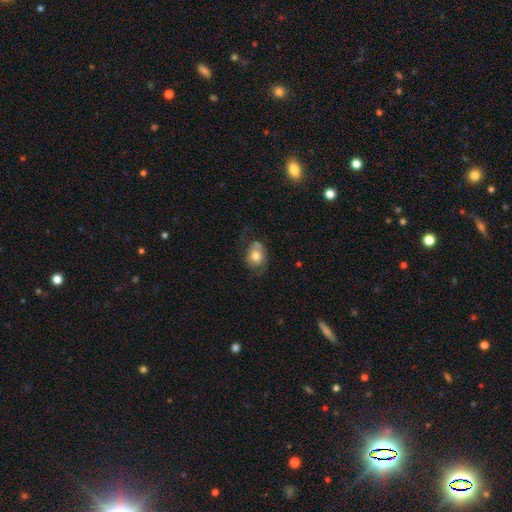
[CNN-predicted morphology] type=smooth (68%); roundness=in between (65%); merging=none (52%).